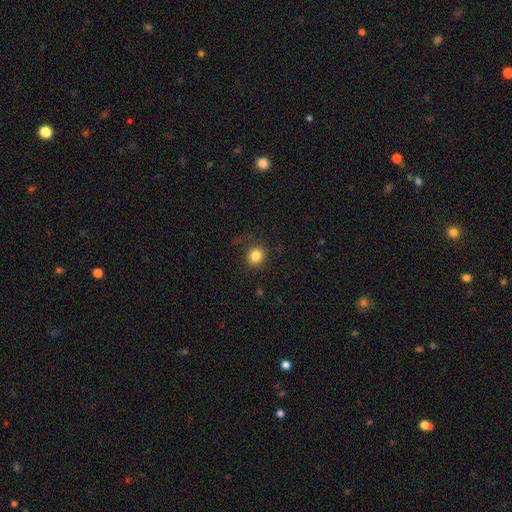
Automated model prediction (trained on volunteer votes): A smooth galaxy with no disk features (84%) that is round (87%). Merging: none (87%).